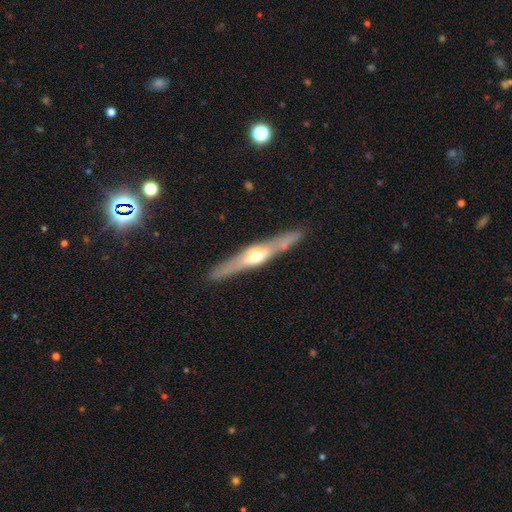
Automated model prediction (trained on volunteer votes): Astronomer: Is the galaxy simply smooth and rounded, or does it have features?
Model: featured or disk — 68%.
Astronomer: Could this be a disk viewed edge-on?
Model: yes — 93%.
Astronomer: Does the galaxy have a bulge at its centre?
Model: rounded — 90%.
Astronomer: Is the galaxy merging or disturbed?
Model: none — 85%.